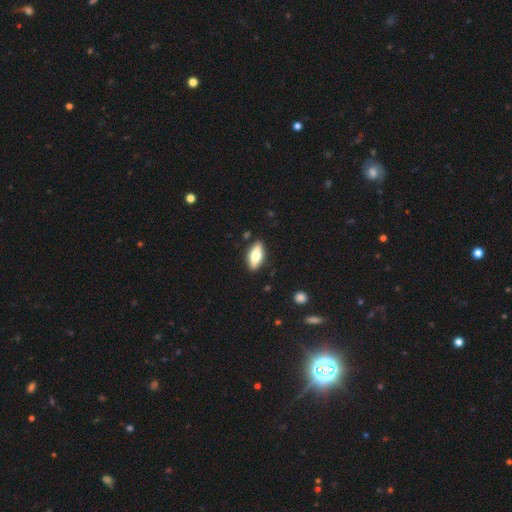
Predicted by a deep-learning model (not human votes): This is likely a smooth galaxy (60%). How rounded: likely in between (76%). Merging: clearly none (87%).